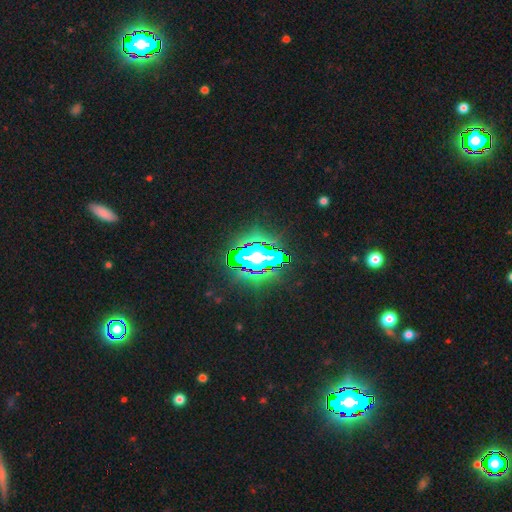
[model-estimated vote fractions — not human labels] Morphology: type=star or artifact (61%).